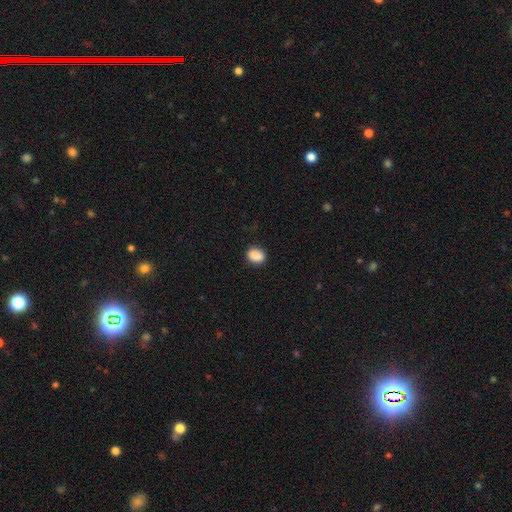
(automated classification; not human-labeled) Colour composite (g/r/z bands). It shows a smooth galaxy with no disk features (88%) that is in between round and cigar-shaped (65%). Merging: none (86%).